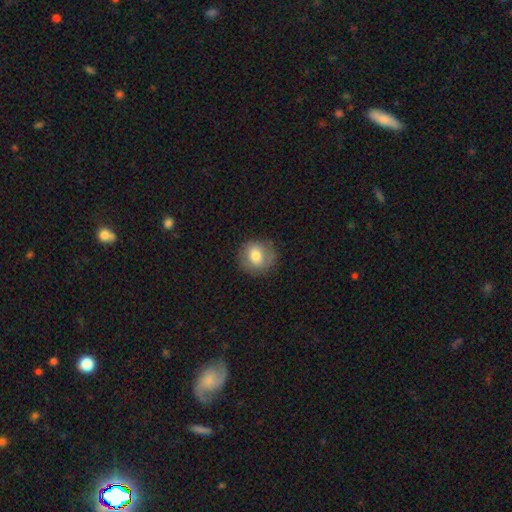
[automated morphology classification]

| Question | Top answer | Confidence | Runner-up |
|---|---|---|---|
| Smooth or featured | smooth | 73% | featured or disk (19%) |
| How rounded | round | 81% | in between (18%) |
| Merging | none | 79% | minor disturbance (15%) |